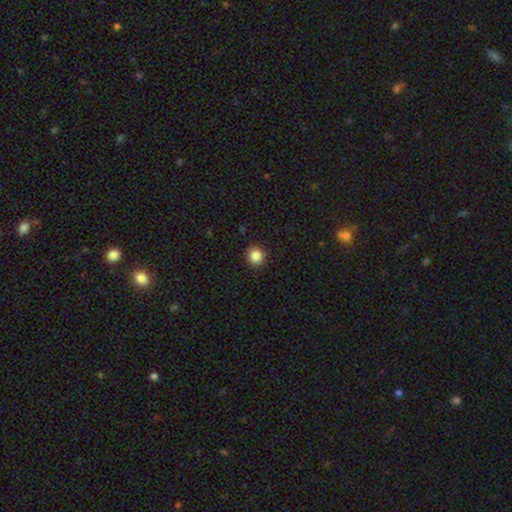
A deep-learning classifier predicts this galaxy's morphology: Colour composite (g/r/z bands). It shows a smooth galaxy with no disk features (86%) that is round (90%). Merging: none (91%).